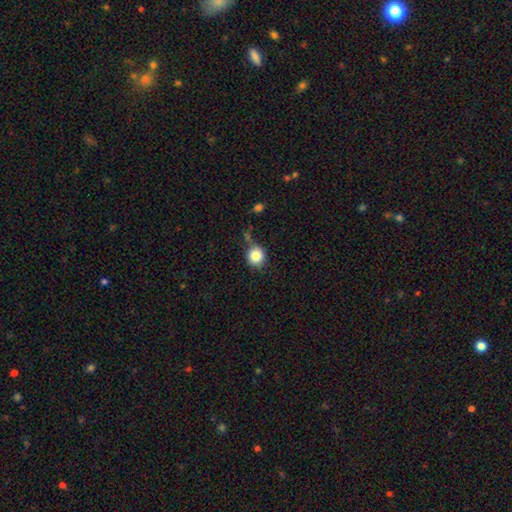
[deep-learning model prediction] This appears to be a smooth galaxy with no disk features (83%) that is round (88%). Merging: none (58%).